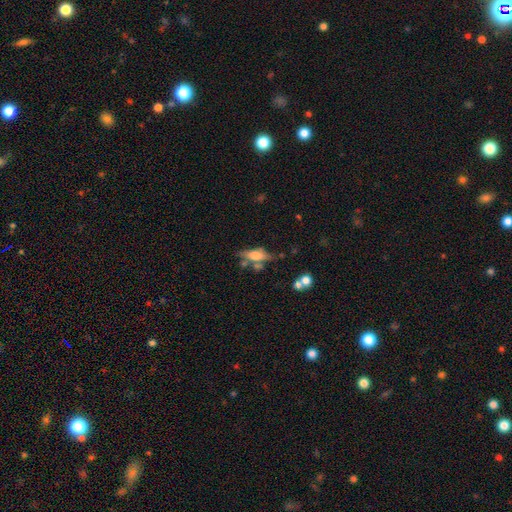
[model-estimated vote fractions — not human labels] A smooth galaxy with no disk features (47%).

Vote fractions:
- Smooth or featured? smooth: 47% / featured or disk: 44% / star or artifact: 9%
- Merging? none: 56% / minor disturbance: 19% / merger: 16% / major disturbance: 9%